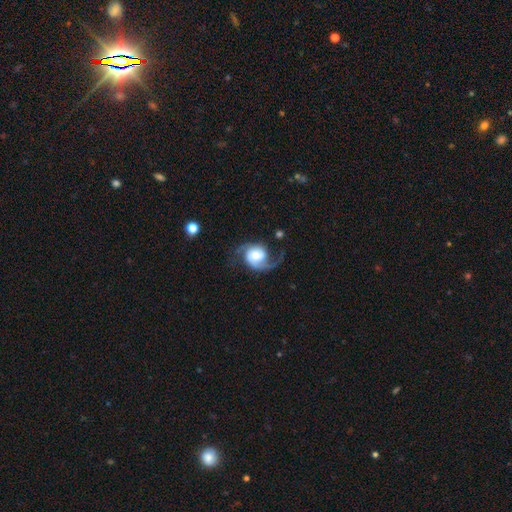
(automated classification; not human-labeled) A featured or disk galaxy (82%) with no bar (65%), 2 (81%) loose (49%) spiral arms (96%) and a moderate central bulge (34%).

Vote fractions:
- Smooth or featured? featured or disk: 82% / smooth: 13% / star or artifact: 6%
- Edge-on disk? no: 98% / yes: 2%
- Bar? no: 65% / weak: 27% / strong: 8%
- Spiral arms? yes: 96% / no: 4%
- Spiral winding? loose: 49% / medium: 39% / tight: 12%
- Spiral arm count? 2: 81% / 1: 14% / can't tell: 2% / 3: 1% / 4: 1% / more than 4: 1%
- Bulge size? moderate: 34% / large: 26% / small: 24% / dominant: 11% / none: 5%
- Merging? none: 60% / major disturbance: 20% / minor disturbance: 18% / merger: 2%